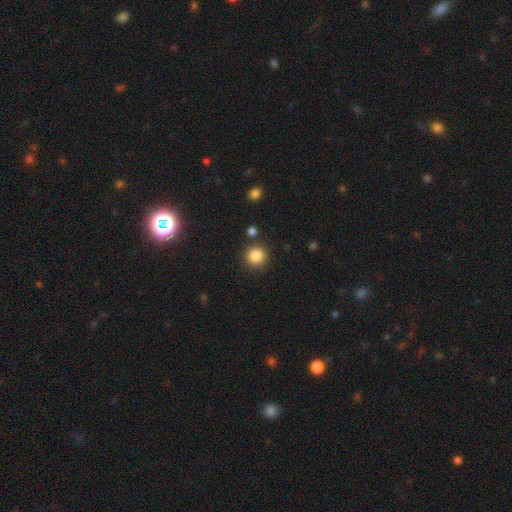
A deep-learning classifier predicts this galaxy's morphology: smooth-or-featured: smooth: 86% | star or artifact: 10% | featured or disk: 4%
  how-rounded: round: 94% | in between: 5% | cigar-shaped: 1%
  merging: none: 86% | minor disturbance: 7% | merger: 4% | major disturbance: 3%